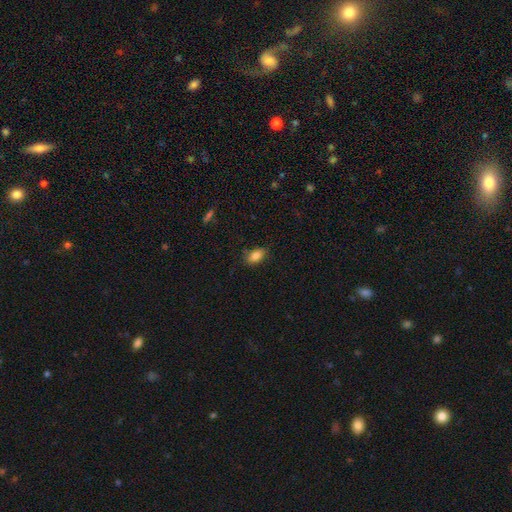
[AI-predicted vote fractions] A smooth galaxy with no disk features (85%) that is in between round and cigar-shaped (88%). Merging: none (78%).